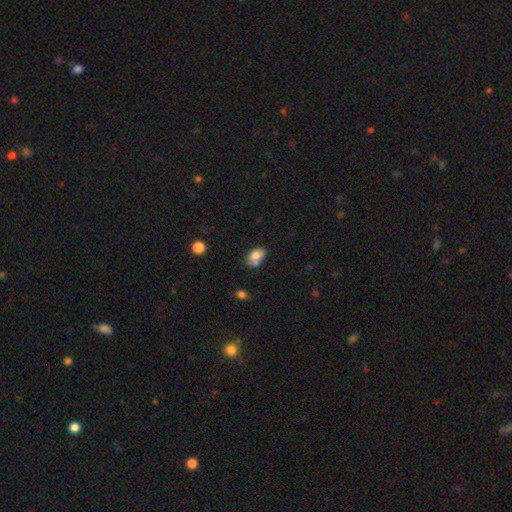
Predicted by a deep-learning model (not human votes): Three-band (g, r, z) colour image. It shows a smooth galaxy with no disk features (78%) that is in between round and cigar-shaped (86%). Merging: none (43%).